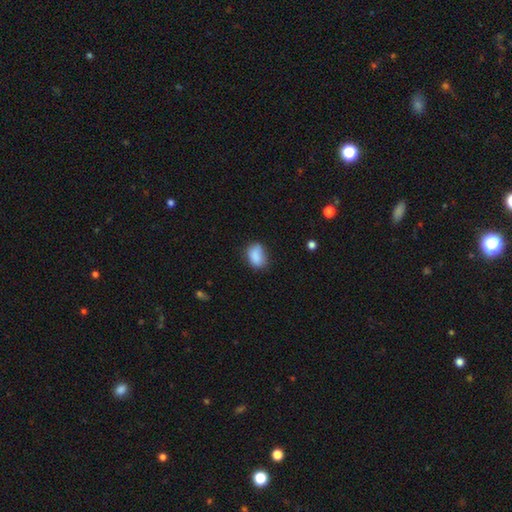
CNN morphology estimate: type=smooth (86%); roundness=in between (79%); merging=none (61%).